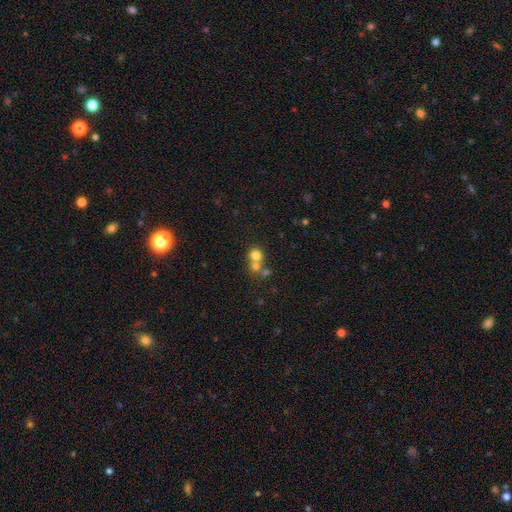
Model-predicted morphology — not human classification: smooth 74%, star or artifact 14%, featured or disk 13%. Down the decision tree: how rounded — round (84%); merging — merger (53%).